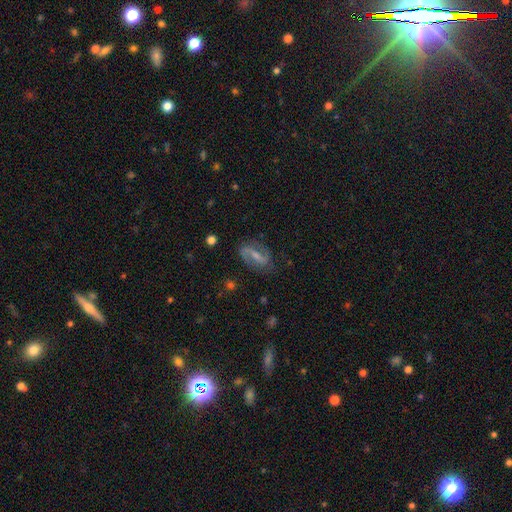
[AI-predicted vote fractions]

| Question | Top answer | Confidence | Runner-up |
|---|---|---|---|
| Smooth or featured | featured or disk | 79% | smooth (14%) |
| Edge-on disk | no | 94% | yes (6%) |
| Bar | strong | 50% | weak (35%) |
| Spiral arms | yes | 92% | no (8%) |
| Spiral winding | loose | 42% | medium (41%) |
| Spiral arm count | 2 | 90% | can't tell (4%) |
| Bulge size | small | 51% | moderate (31%) |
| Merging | none | 79% | minor disturbance (14%) |